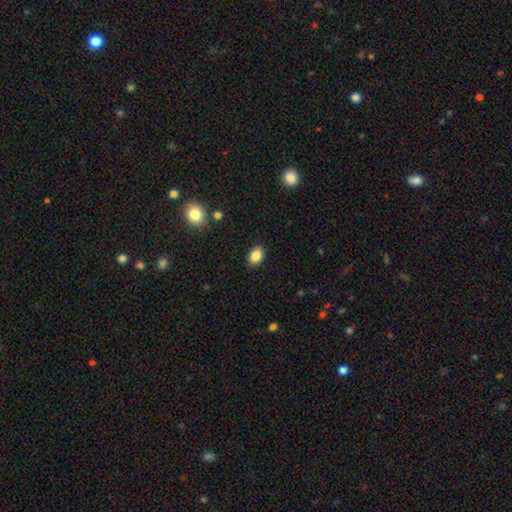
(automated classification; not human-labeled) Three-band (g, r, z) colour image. It shows a smooth galaxy with no disk features (87%) that is in between round and cigar-shaped (74%). Merging: none (89%).